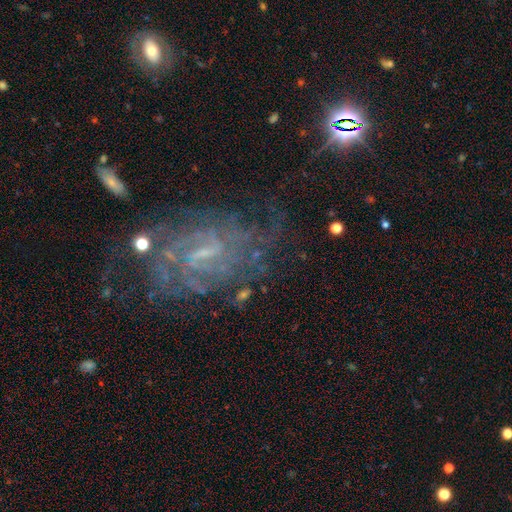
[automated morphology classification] smooth-or-featured: featured or disk: 82% | star or artifact: 11% | smooth: 7%
  disk-edge-on: no: 97% | yes: 3%
    bar: weak: 56% | no: 22% | strong: 22%
    has-spiral-arms: yes: 93% | no: 7%
      spiral-winding: tight: 53% | medium: 37% | loose: 11%
      spiral-arm-count: can't tell: 42% | 2: 19% | 3: 13% | 4: 12% | more than 4: 8% | 1: 6%
    bulge-size: small: 55% | none: 25% | moderate: 17% | large: 1% | dominant: 1%
  merging: none: 62% | minor disturbance: 19% | major disturbance: 15% | merger: 4%